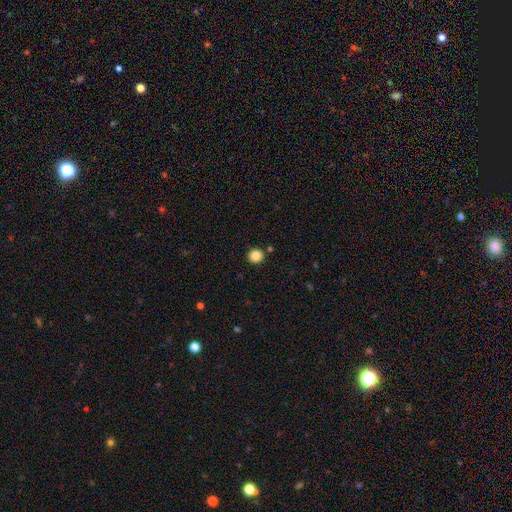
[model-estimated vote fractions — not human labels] A smooth galaxy with no disk features (85%) that is round (91%).

Vote fractions:
- Smooth or featured? smooth: 85% / star or artifact: 11% / featured or disk: 4%
- How rounded? round: 91% / in between: 8% / cigar-shaped: 1%
- Merging? none: 88% / minor disturbance: 6% / merger: 4% / major disturbance: 2%